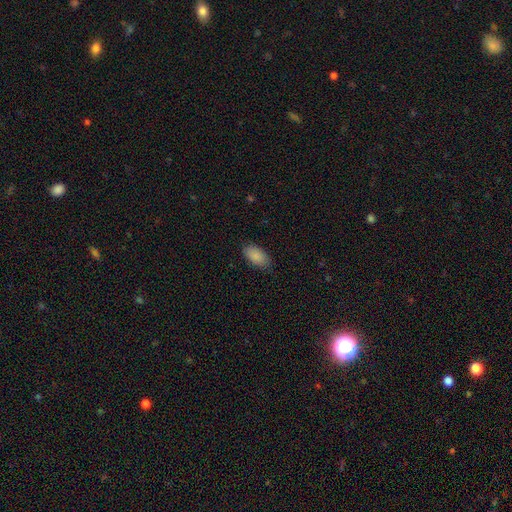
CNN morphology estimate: type=smooth (89%); roundness=in between (94%); merging=none (84%).